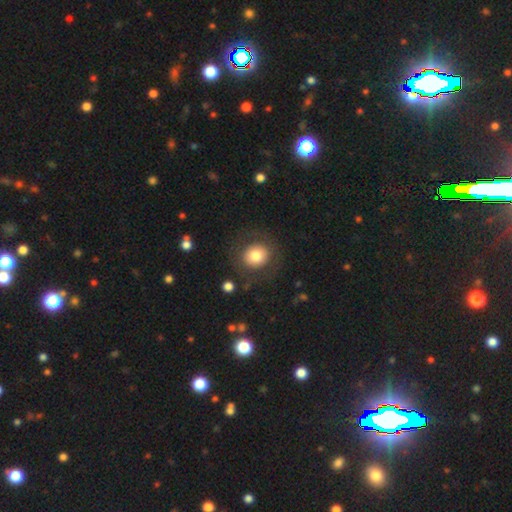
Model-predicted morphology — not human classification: Overall: smooth (74%). How rounded: round (88%). Merging: none (83%).